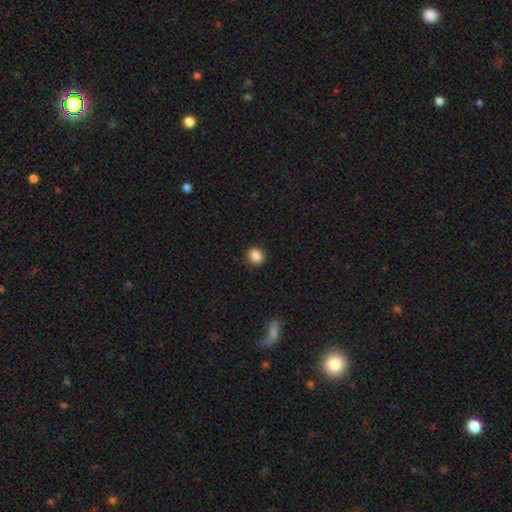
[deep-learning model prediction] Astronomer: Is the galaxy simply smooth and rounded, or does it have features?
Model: smooth — 87%.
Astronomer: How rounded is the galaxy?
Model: round — 83%.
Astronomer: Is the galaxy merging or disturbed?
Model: none — 90%.